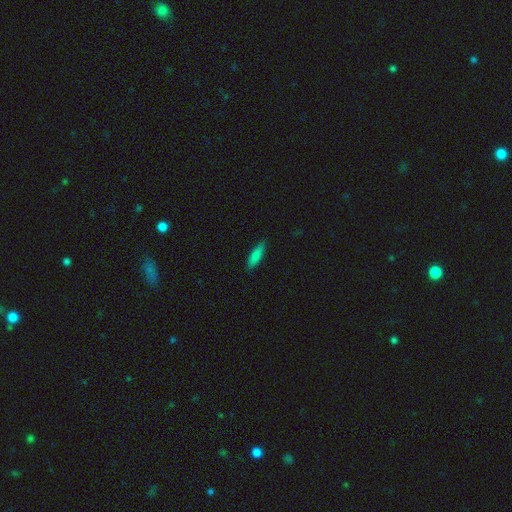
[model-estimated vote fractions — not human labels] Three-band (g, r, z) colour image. It shows a smooth galaxy with no disk features (84%) that is cigar-shaped (57%). Merging: none (86%).